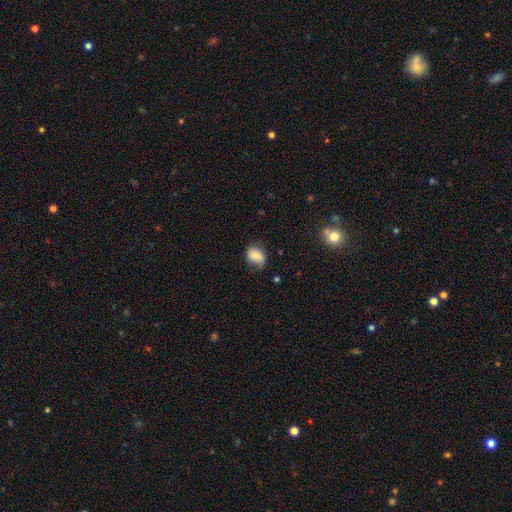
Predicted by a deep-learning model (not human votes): smooth_or_featured: smooth (p=0.76) [alt: featured or disk p=0.15]
how_rounded: in between (p=0.62) [alt: round p=0.37]
merging: none (p=0.65) [alt: minor disturbance p=0.27]